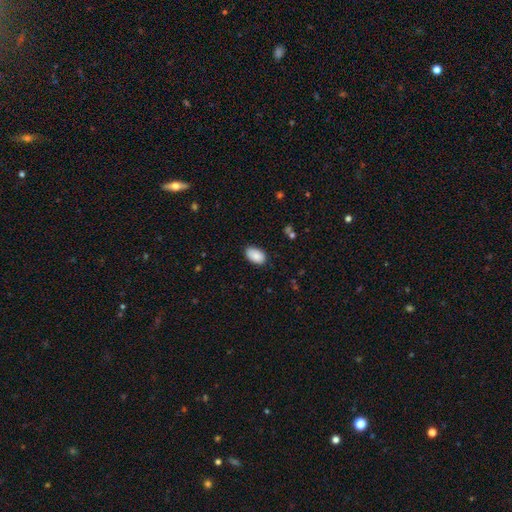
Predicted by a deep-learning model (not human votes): Q: Smooth or featured?
A: smooth (89%); runner-up: star or artifact (7%)
Q: How rounded?
A: in between (93%); runner-up: round (6%)
Q: Merging?
A: none (84%); runner-up: minor disturbance (12%)